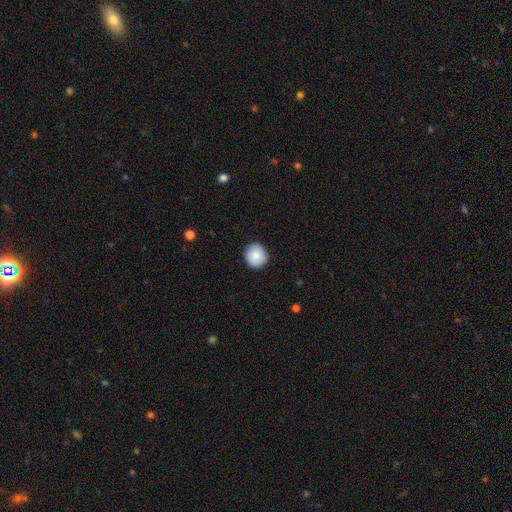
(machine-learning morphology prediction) A smooth galaxy with no disk features (84%) that is round (92%).

Vote fractions:
- Smooth or featured? smooth: 84% / featured or disk: 9% / star or artifact: 7%
- How rounded? round: 92% / in between: 7% / cigar-shaped: 1%
- Merging? none: 89% / minor disturbance: 8% / major disturbance: 2% / merger: 1%